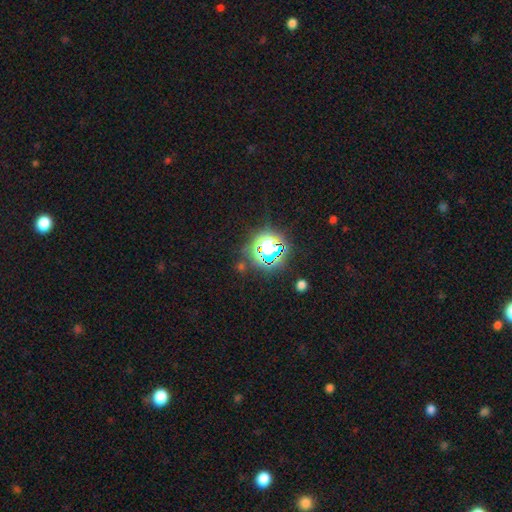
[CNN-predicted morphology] A star or artifact, not a galaxy (81%).

Vote fractions:
- Smooth or featured? star or artifact: 81% / smooth: 12% / featured or disk: 6%